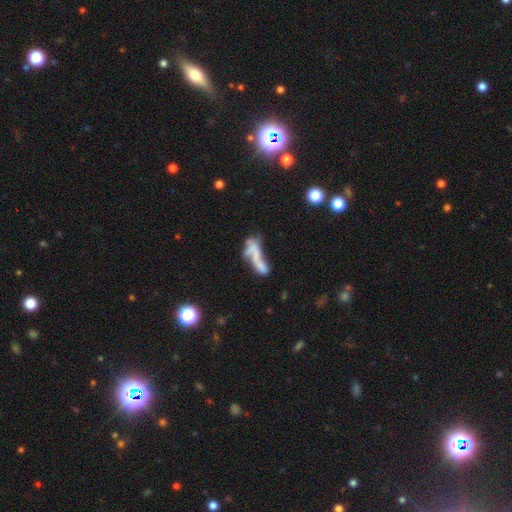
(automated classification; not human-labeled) smooth-or-featured: featured or disk: 43% | smooth: 42% | star or artifact: 16%
  merging: merger: 42% | major disturbance: 24% | none: 22% | minor disturbance: 12%